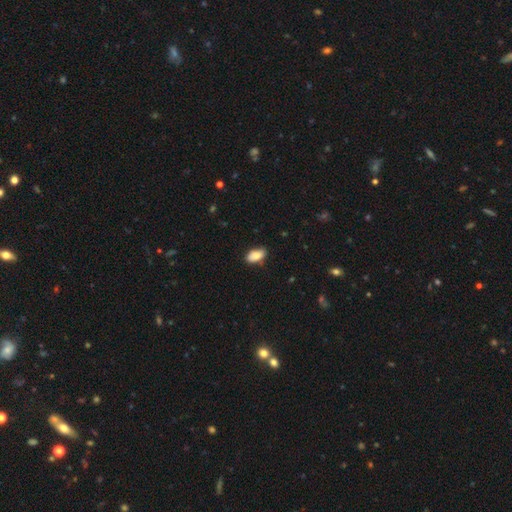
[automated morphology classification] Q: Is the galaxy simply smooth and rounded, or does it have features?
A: smooth — 84%.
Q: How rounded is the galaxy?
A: in between — 93%.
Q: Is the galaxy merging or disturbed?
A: none — 75%.